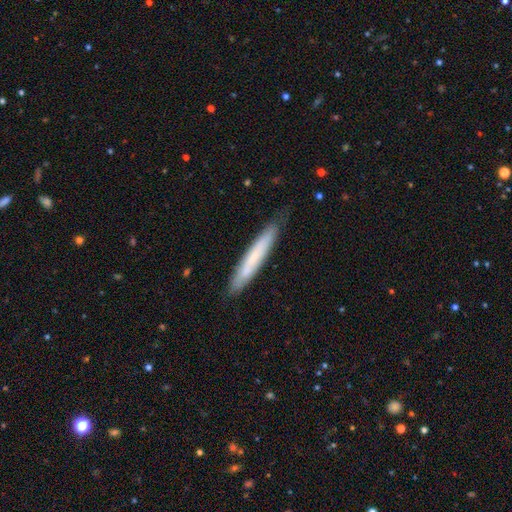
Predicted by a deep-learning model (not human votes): Overall: smooth (60%; featured or disk 33%). How rounded: cigar-shaped (95%). Merging: none (83%).